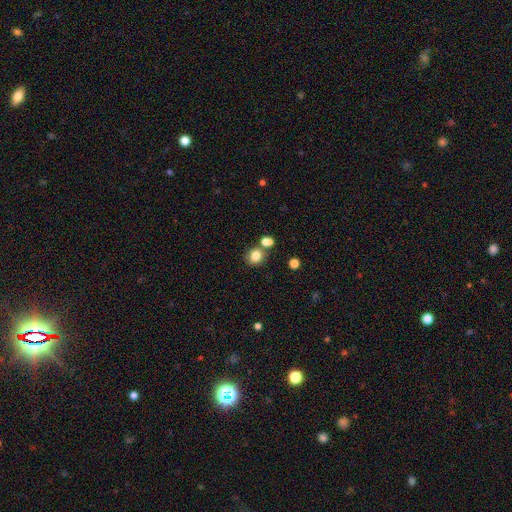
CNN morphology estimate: Overall: smooth (82%). How rounded: round (75%). Merging: none (63%).